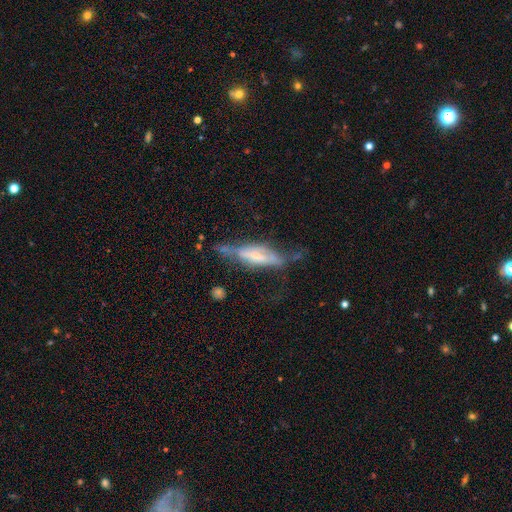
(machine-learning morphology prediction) type=featured or disk (70%); edge-on=yes (75%); edge-on bulge=rounded (55%); merging=none (50%).